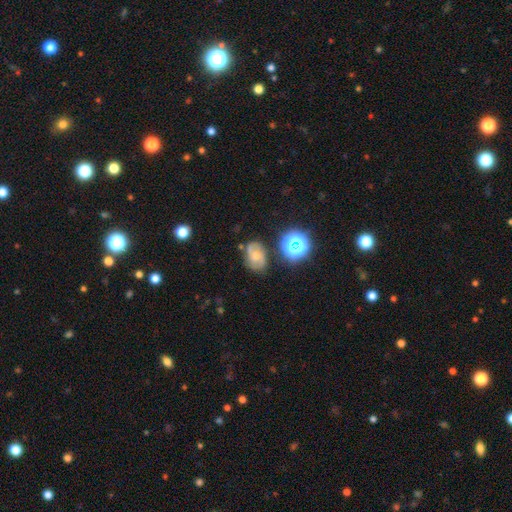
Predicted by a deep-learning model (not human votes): Overall: featured or disk (57%; smooth 29%). Edge-on disk: no (97%). Bar: no (59%; weak 35%). Spiral arms: yes (89%). Bulge size: small (44%; moderate 36%). Merging: none (70%).